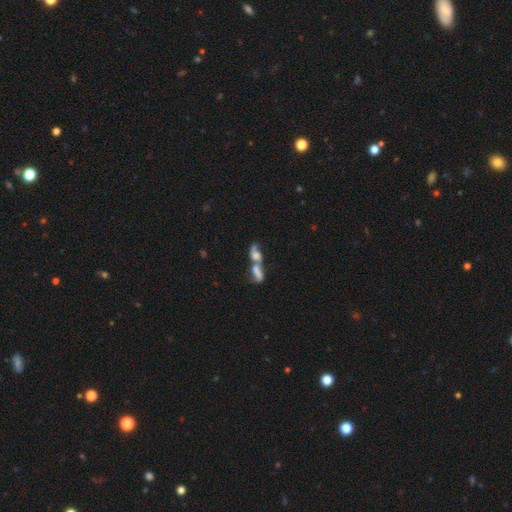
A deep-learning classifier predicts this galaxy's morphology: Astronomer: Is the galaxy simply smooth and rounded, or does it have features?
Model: featured or disk — 44% (runner-up: smooth, 43%).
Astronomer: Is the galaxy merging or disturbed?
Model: merger — 72%.